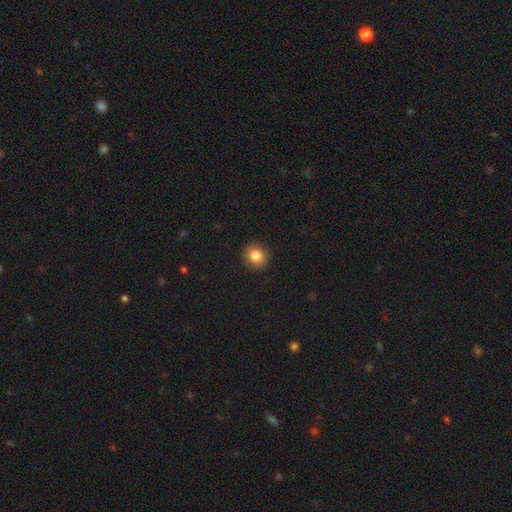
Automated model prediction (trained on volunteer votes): Smooth or featured? smooth (84%)
How rounded? round (80%)
Merging? none (91%)